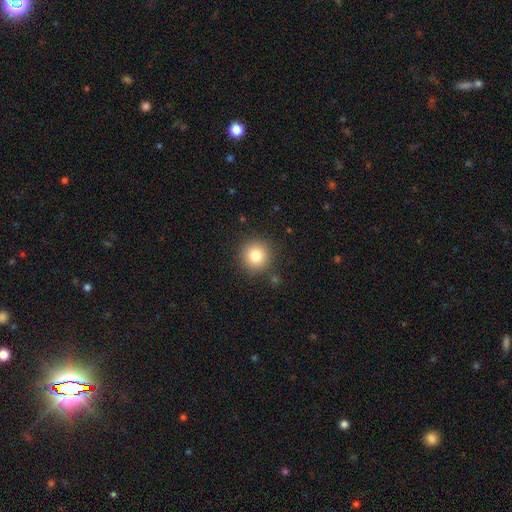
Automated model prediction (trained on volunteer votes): Smooth or featured: smooth — 81% (star or artifact — 11%)
How rounded: round — 94% (in between — 5%)
Merging: none — 88% (minor disturbance — 7%)